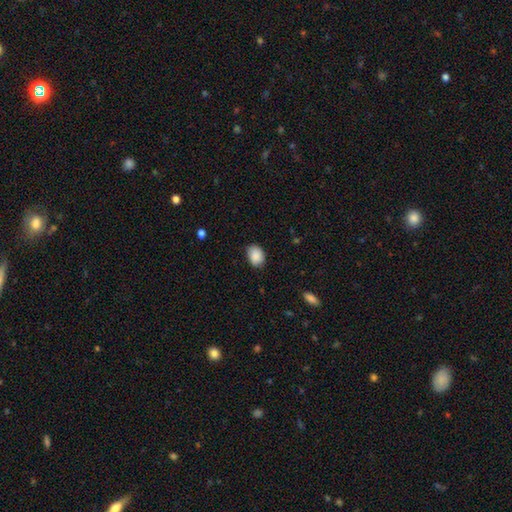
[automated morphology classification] smooth-or-featured: smooth: 89% | star or artifact: 7% | featured or disk: 4%
  how-rounded: in between: 73% | round: 26% | cigar-shaped: 1%
  merging: none: 81% | minor disturbance: 15% | major disturbance: 3% | merger: 1%